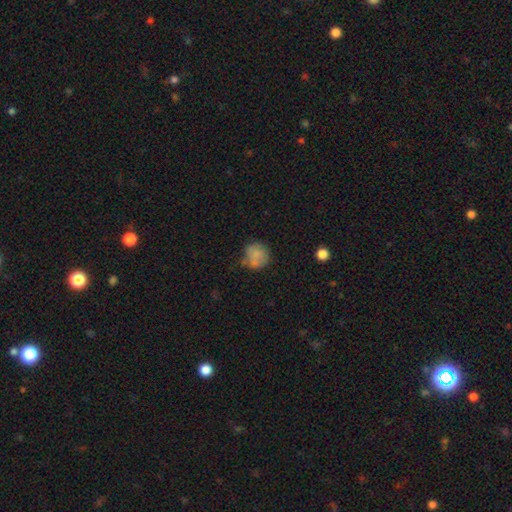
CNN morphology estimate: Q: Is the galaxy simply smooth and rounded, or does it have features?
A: smooth — 76%.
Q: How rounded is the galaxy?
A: round — 87%.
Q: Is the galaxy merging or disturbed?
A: none — 57%.